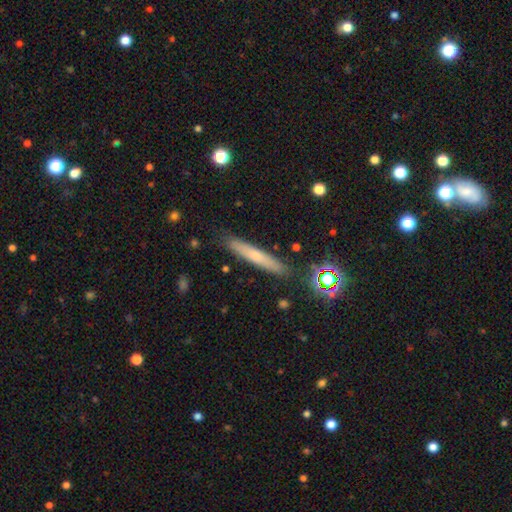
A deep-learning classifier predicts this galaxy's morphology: smooth_or_featured: smooth (p=0.59) [alt: featured or disk p=0.32]
how_rounded: cigar-shaped (p=0.93) [alt: in between p=0.05]
merging: none (p=0.87) [alt: minor disturbance p=0.09]